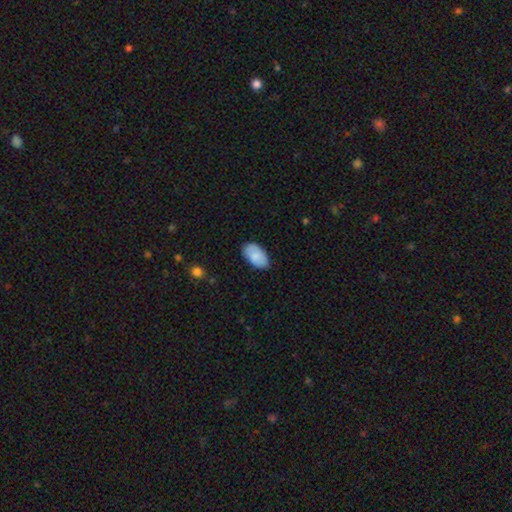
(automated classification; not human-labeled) smooth 83%, featured or disk 11%, star or artifact 6%. Down the decision tree: how rounded — in between (95%); merging — none (81%).